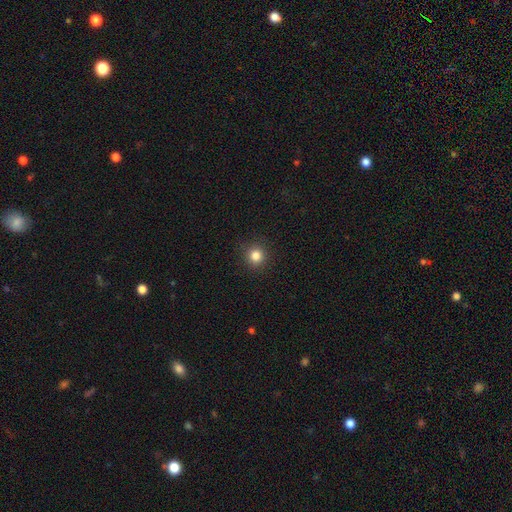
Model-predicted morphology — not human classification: Q: Smooth or featured?
A: smooth (83%); runner-up: star or artifact (13%)
Q: How rounded?
A: round (94%); runner-up: in between (6%)
Q: Merging?
A: none (91%); runner-up: minor disturbance (6%)